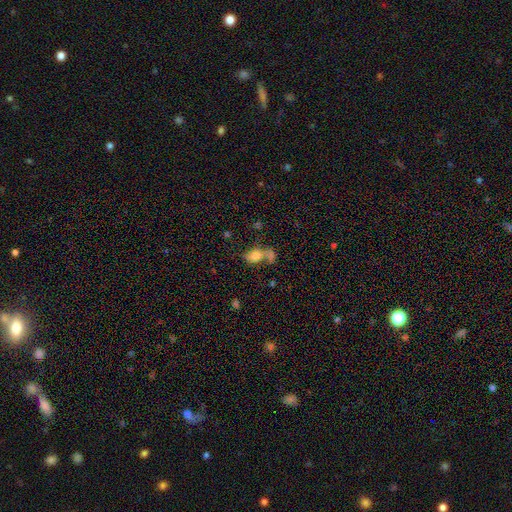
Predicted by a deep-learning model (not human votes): The model was most divided on "merging": merger: 44%, none: 31%, minor disturbance: 13%, major disturbance: 12%. More confident: how rounded — in between (78%); smooth or featured — smooth (72%).